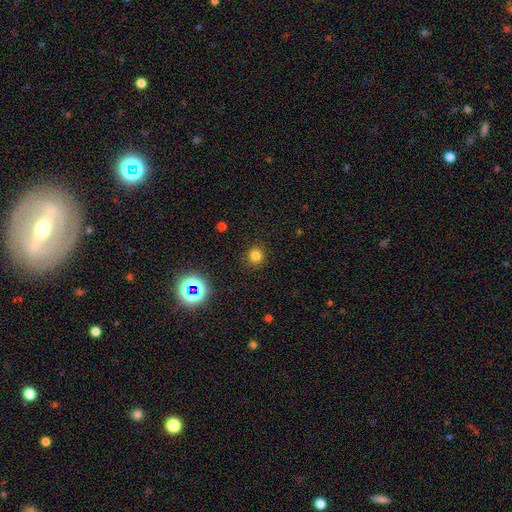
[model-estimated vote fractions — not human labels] Smooth or featured? smooth (77%)
How rounded? round (92%)
Merging? none (89%)